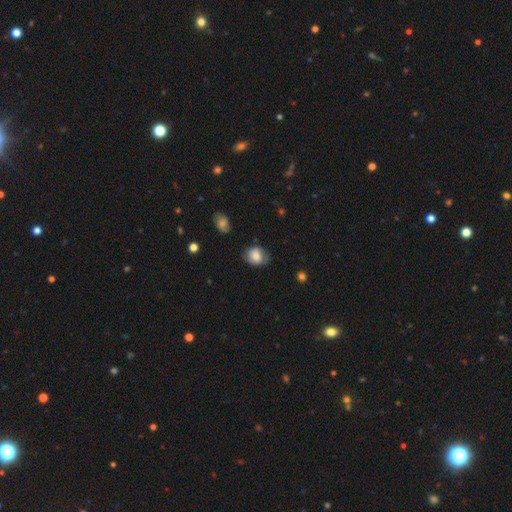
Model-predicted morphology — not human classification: Overall: smooth (73%). How rounded: round (60%; in between 39%). Merging: none (69%).